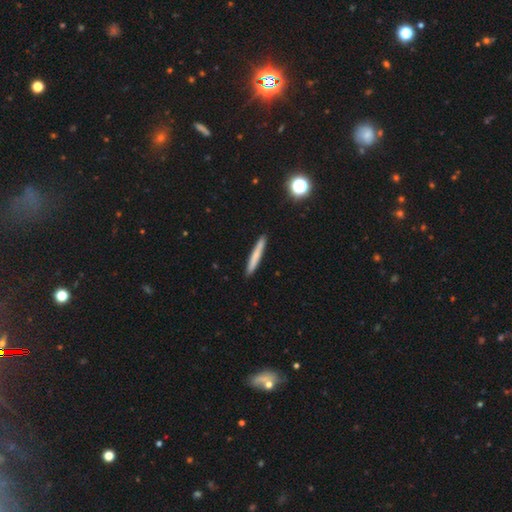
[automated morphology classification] Overall: smooth (72%). How rounded: cigar-shaped (96%). Merging: none (91%).